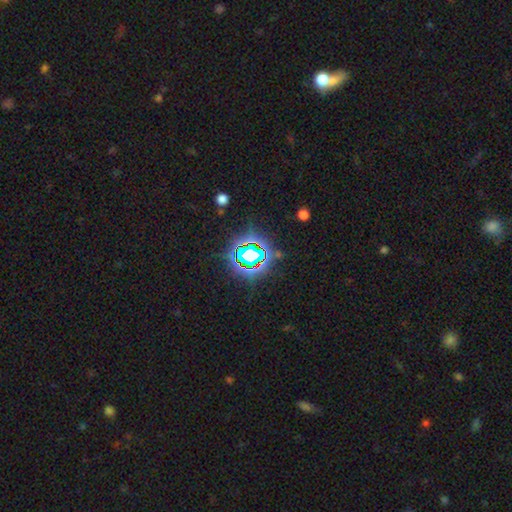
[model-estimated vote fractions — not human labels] smooth_or_featured: star or artifact (p=0.73) [alt: smooth p=0.15]